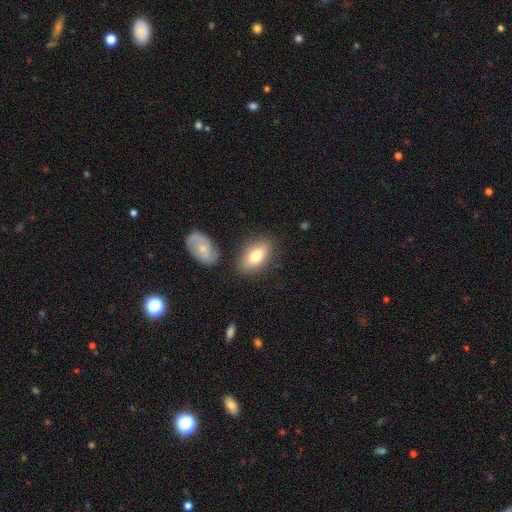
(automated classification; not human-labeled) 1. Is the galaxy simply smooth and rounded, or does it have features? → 77% smooth, 16% featured or disk, 7% star or artifact.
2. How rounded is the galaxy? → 89% in between, 7% round, 3% cigar-shaped.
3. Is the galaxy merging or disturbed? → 78% none, 13% minor disturbance, 5% merger, 4% major disturbance.